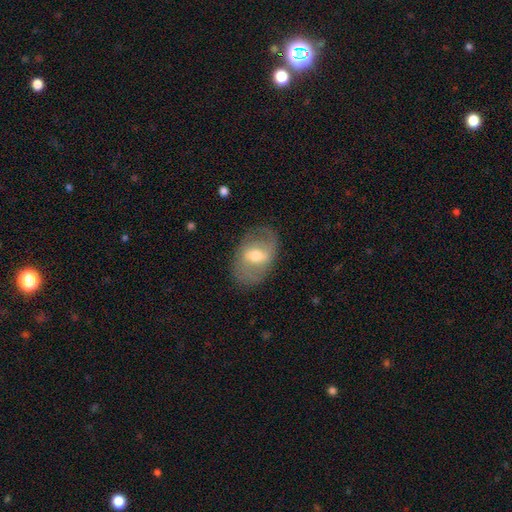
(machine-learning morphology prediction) A featured or disk galaxy (62%) with a weak bar (50%), spiral arms (64%) and a moderate central bulge (68%). Merging: none (75%).